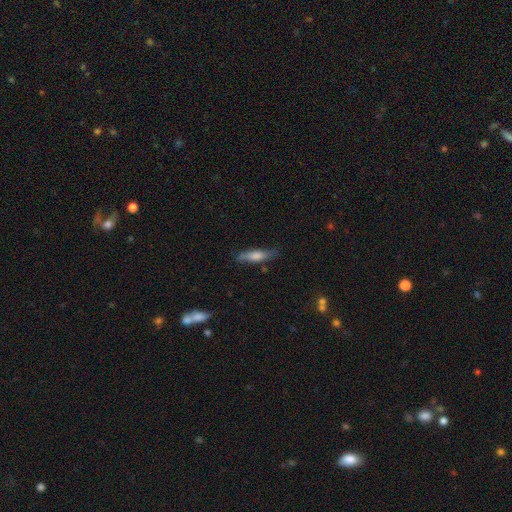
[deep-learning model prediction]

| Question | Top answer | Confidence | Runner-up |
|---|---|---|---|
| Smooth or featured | smooth | 61% | featured or disk (33%) |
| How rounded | cigar-shaped | 76% | in between (22%) |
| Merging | none | 76% | minor disturbance (18%) |